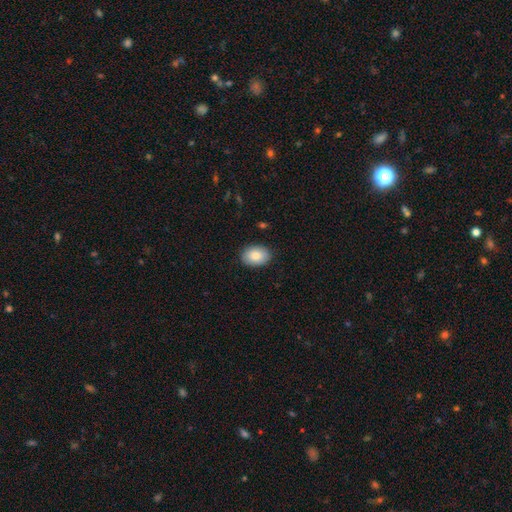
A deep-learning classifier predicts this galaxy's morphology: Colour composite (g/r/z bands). It shows a smooth galaxy with no disk features (84%) that is in between round and cigar-shaped (79%). Merging: none (88%).